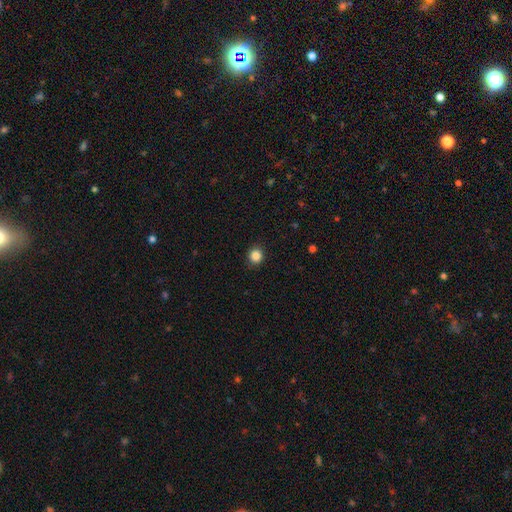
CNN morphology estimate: type=smooth (86%); roundness=round (86%); merging=none (89%).